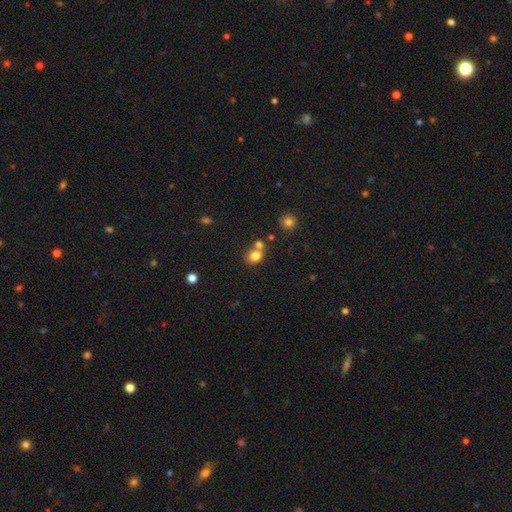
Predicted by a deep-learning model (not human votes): Smooth or featured?
  - smooth: 80% *
  - star or artifact: 12%
  - featured or disk: 8%
How rounded?
  - round: 63% *
  - in between: 36%
  - cigar-shaped: 1%
Merging?
  - none: 51% *
  - merger: 36%
  - minor disturbance: 10%
  - major disturbance: 3%